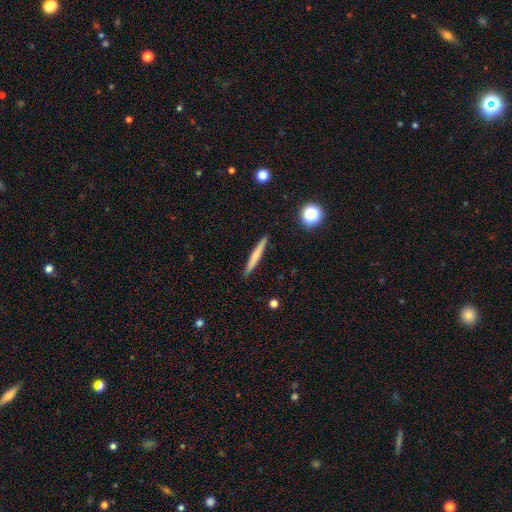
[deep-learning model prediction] Smooth or featured?
  - smooth: 62% *
  - featured or disk: 31%
  - star or artifact: 7%
How rounded?
  - cigar-shaped: 96% *
  - in between: 3%
  - round: 2%
Merging?
  - none: 92% *
  - minor disturbance: 6%
  - major disturbance: 1%
  - merger: 1%